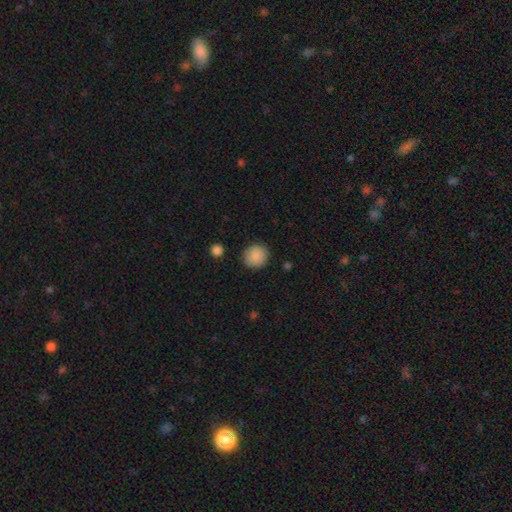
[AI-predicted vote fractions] This appears to be a smooth galaxy with no disk features (89%) that is round (87%). Merging: none (88%).